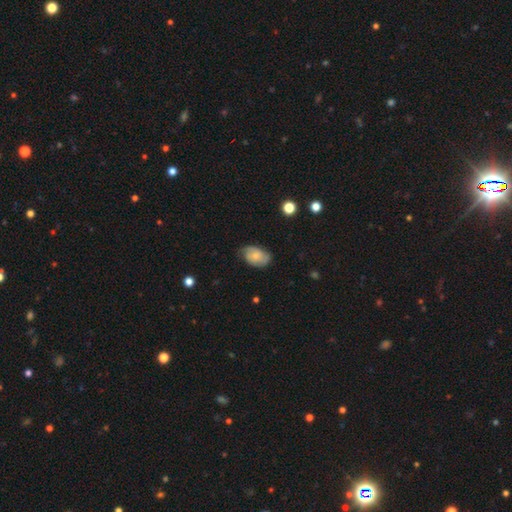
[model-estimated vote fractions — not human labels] Smooth or featured?
  - smooth: 58% *
  - featured or disk: 34%
  - star or artifact: 7%
How rounded?
  - in between: 87% *
  - round: 11%
  - cigar-shaped: 1%
Merging?
  - none: 64% *
  - minor disturbance: 28%
  - major disturbance: 7%
  - merger: 1%